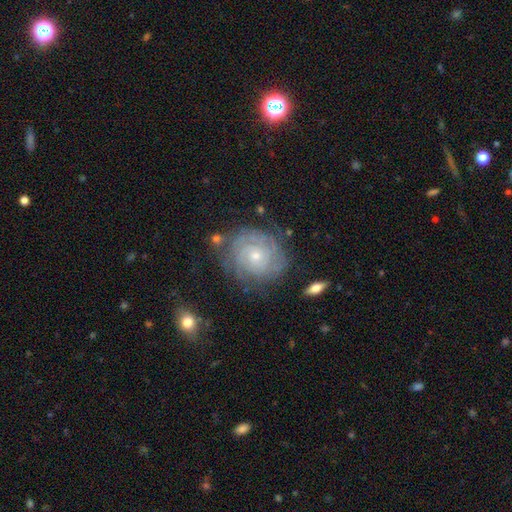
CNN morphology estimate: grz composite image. It shows a featured or disk galaxy (84%) with no bar (79%), tight (82%) spiral arms (96%) and a small central bulge (72%). Merging: none (75%).